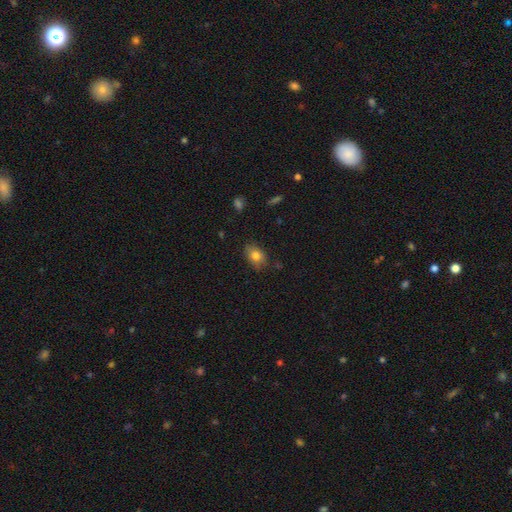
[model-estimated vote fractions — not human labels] A smooth galaxy with no disk features (80%) that is in between round and cigar-shaped (80%). Merging: none (78%).